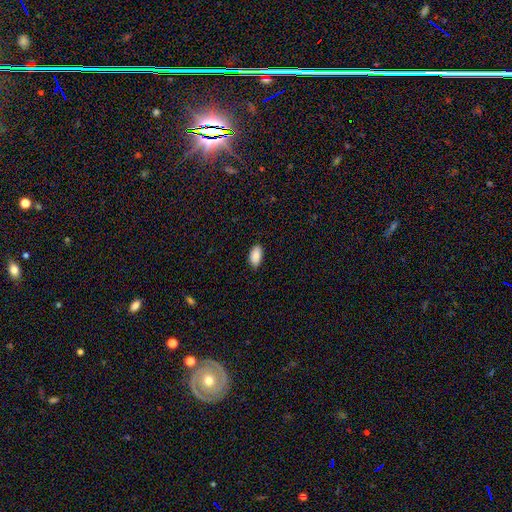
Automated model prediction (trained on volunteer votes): smooth-or-featured: smooth: 89% | star or artifact: 7% | featured or disk: 4%
  how-rounded: in between: 95% | round: 3% | cigar-shaped: 3%
  merging: none: 85% | minor disturbance: 12% | major disturbance: 2% | merger: 1%